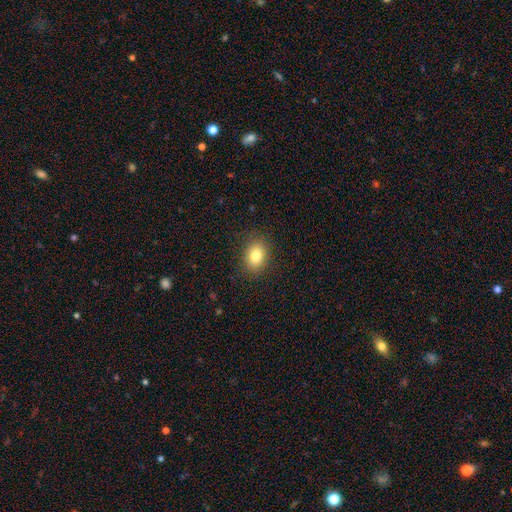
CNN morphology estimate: A smooth galaxy with no disk features (81%) that is in between round and cigar-shaped (65%). Merging: none (87%).